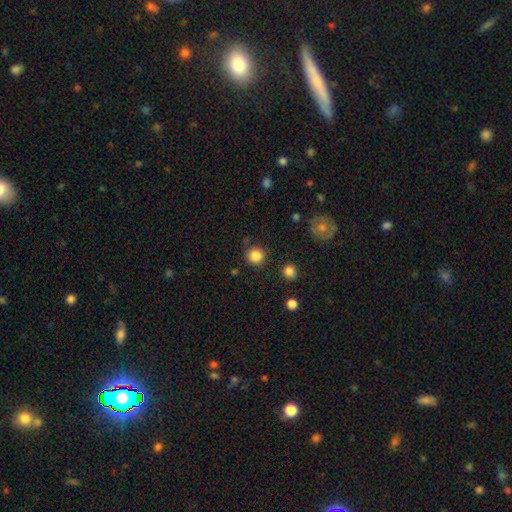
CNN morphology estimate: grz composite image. It shows a smooth galaxy with no disk features (85%) that is round (94%). Merging: none (87%).